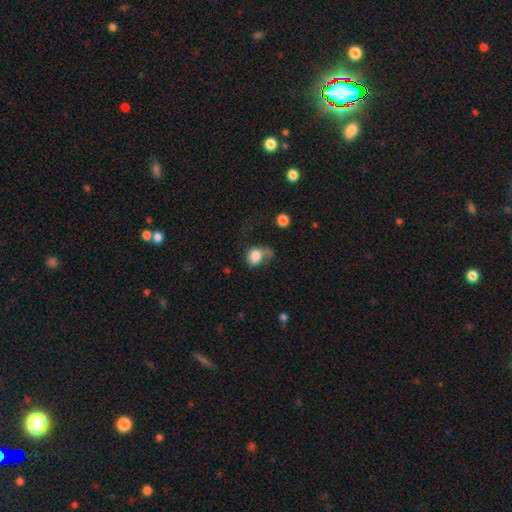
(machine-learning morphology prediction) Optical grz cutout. It shows a smooth galaxy with no disk features (73%) that is in between round and cigar-shaped (51%). Merging: major disturbance (43%).